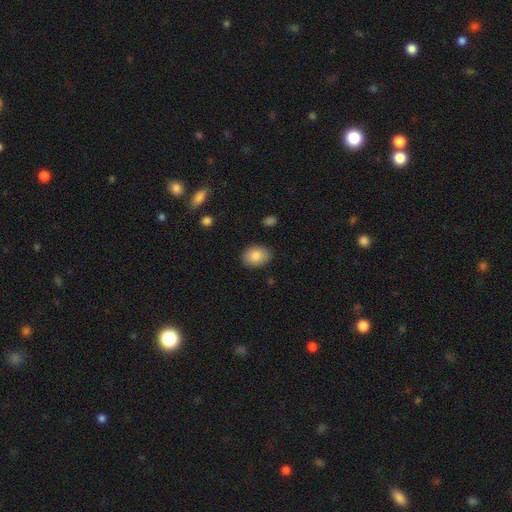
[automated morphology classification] A smooth galaxy with no disk features (85%) that is in between round and cigar-shaped (73%).

Vote fractions:
- Smooth or featured? smooth: 85% / featured or disk: 8% / star or artifact: 7%
- How rounded? in between: 73% / round: 26% / cigar-shaped: 1%
- Merging? none: 87% / minor disturbance: 9% / major disturbance: 2% / merger: 1%